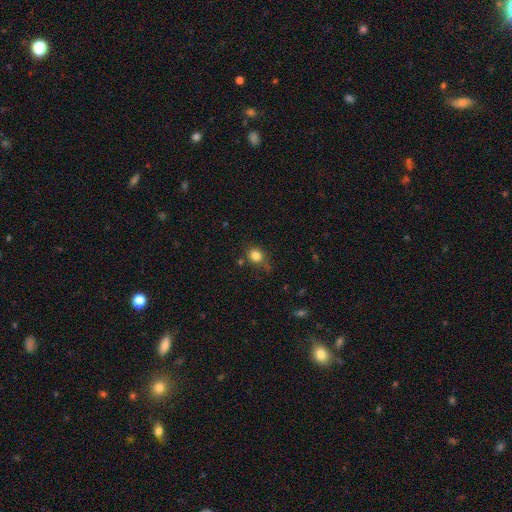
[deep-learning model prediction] Overall: smooth (82%). How rounded: round (75%). Merging: none (69%).